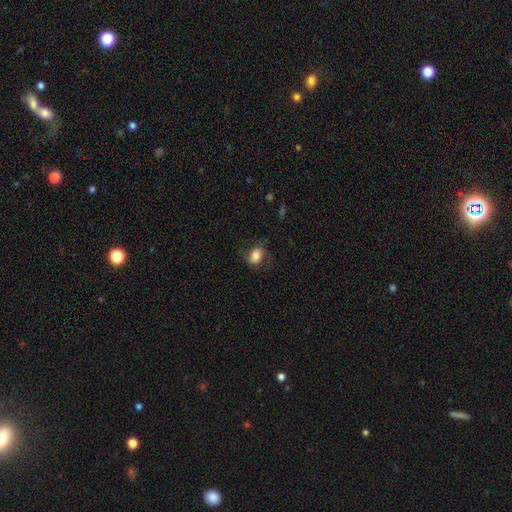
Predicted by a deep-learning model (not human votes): A smooth galaxy with no disk features (81%) that is in between round and cigar-shaped (73%). Merging: none (72%).